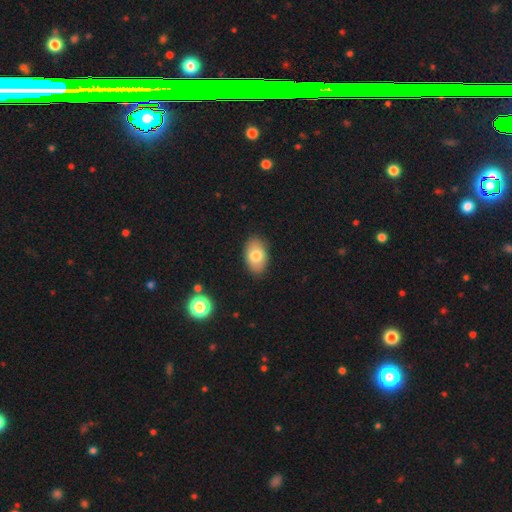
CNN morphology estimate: type=smooth (77%); roundness=in between (90%); merging=none (87%).